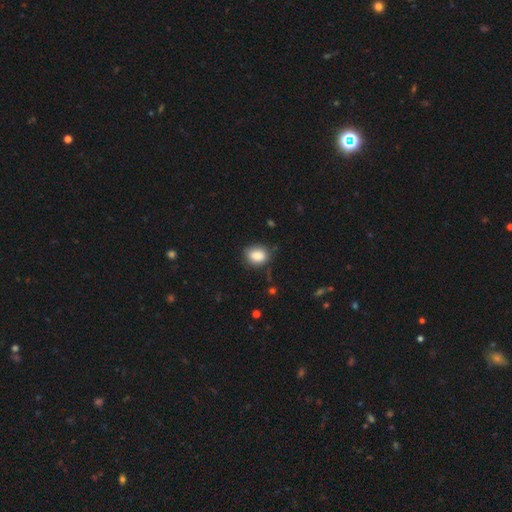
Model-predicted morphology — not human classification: smooth-or-featured: smooth: 86% | star or artifact: 8% | featured or disk: 6%
  how-rounded: in between: 55% | round: 44% | cigar-shaped: 1%
  merging: none: 76% | minor disturbance: 18% | major disturbance: 4% | merger: 2%